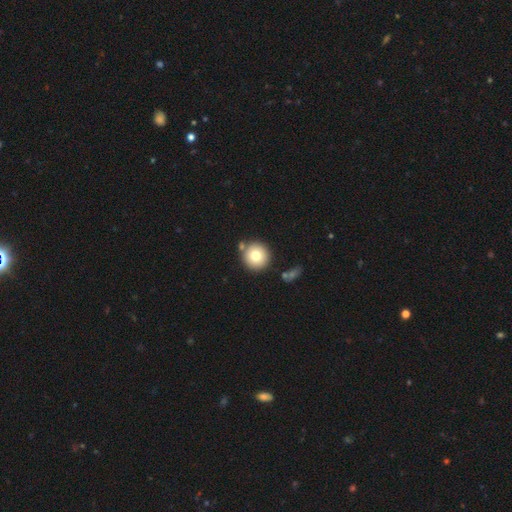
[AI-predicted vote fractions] Q: Smooth or featured?
A: smooth (76%); runner-up: featured or disk (14%)
Q: How rounded?
A: round (95%); runner-up: in between (4%)
Q: Merging?
A: none (79%); runner-up: merger (10%)